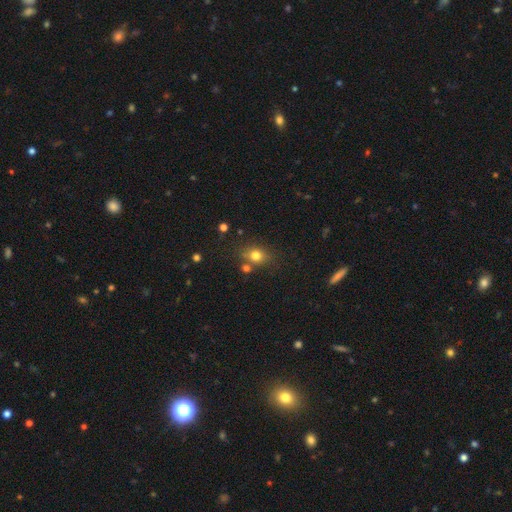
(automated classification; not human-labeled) smooth_or_featured: smooth (p=0.77) [alt: star or artifact p=0.14]
how_rounded: round (p=0.56) [alt: in between p=0.42]
merging: none (p=0.68) [alt: minor disturbance p=0.14]